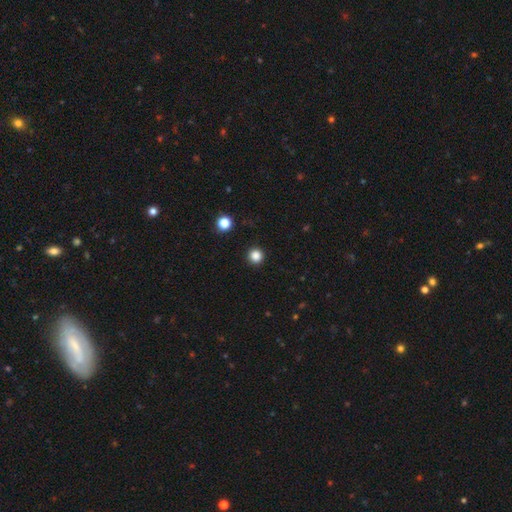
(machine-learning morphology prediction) Smooth or featured? smooth (85%)
How rounded? round (95%)
Merging? none (93%)